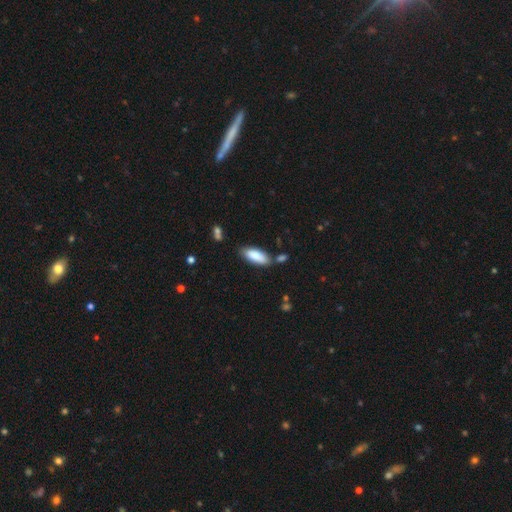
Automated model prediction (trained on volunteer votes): smooth 87%, featured or disk 7%, star or artifact 6%. Down the decision tree: how rounded — in between (77%); merging — none (73%).